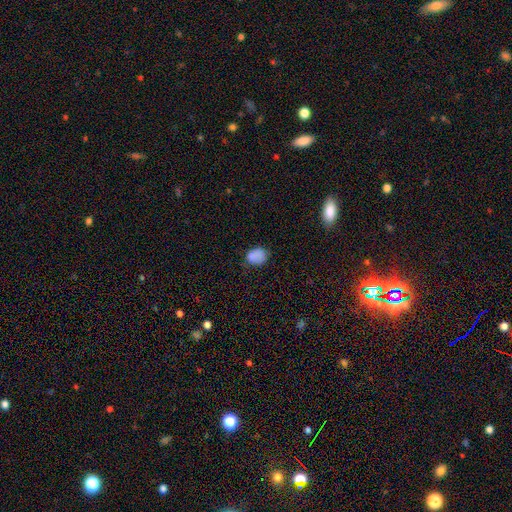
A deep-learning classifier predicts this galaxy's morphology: The model was most divided on "how rounded": in between: 59%, round: 40%, cigar-shaped: 1%. More confident: smooth or featured — smooth (81%); merging — none (60%).